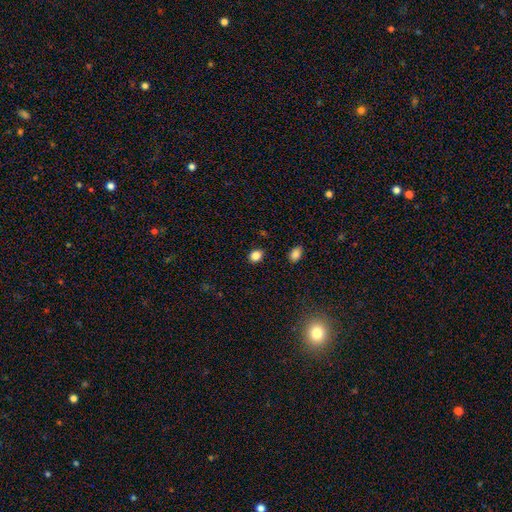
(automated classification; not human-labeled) A smooth galaxy with no disk features (85%) that is round (55%).

Vote fractions:
- Smooth or featured? smooth: 85% / star or artifact: 11% / featured or disk: 4%
- How rounded? round: 55% / in between: 44% / cigar-shaped: 1%
- Merging? none: 88% / minor disturbance: 8% / major disturbance: 2% / merger: 2%